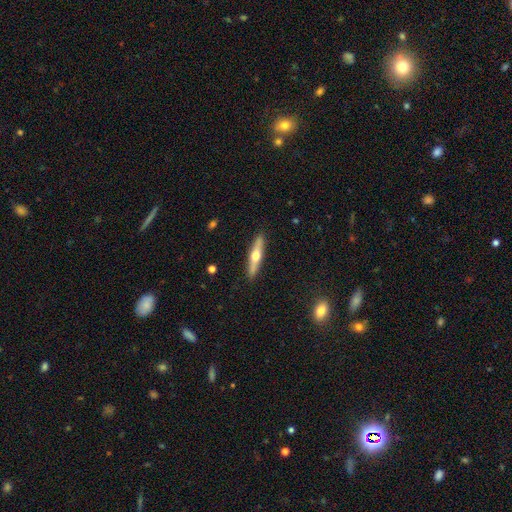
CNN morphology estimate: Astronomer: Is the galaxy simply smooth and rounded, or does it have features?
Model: featured or disk — 55% (runner-up: smooth, 40%).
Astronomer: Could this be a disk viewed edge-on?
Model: yes — 94%.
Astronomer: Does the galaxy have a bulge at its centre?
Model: rounded — 93%.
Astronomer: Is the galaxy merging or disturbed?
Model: none — 91%.